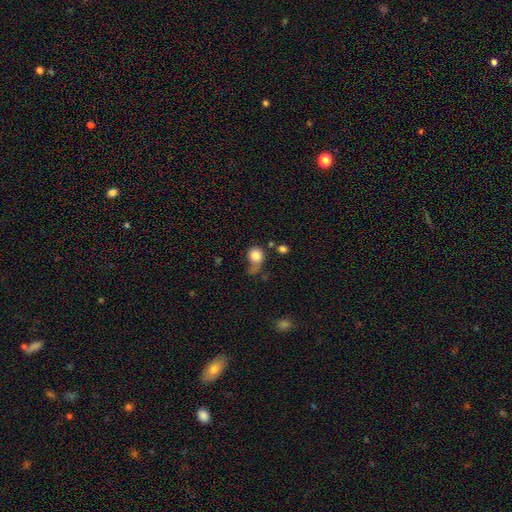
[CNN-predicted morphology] smooth_or_featured: smooth (p=0.82) [alt: star or artifact p=0.09]
how_rounded: round (p=0.72) [alt: in between p=0.27]
merging: none (p=0.38) [alt: minor disturbance p=0.24]